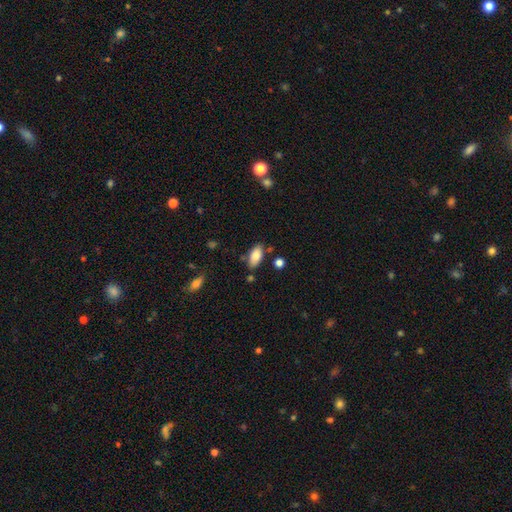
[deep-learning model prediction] Smooth or featured: smooth — 85% (featured or disk — 8%)
How rounded: in between — 90% (cigar-shaped — 8%)
Merging: none — 77% (minor disturbance — 15%)